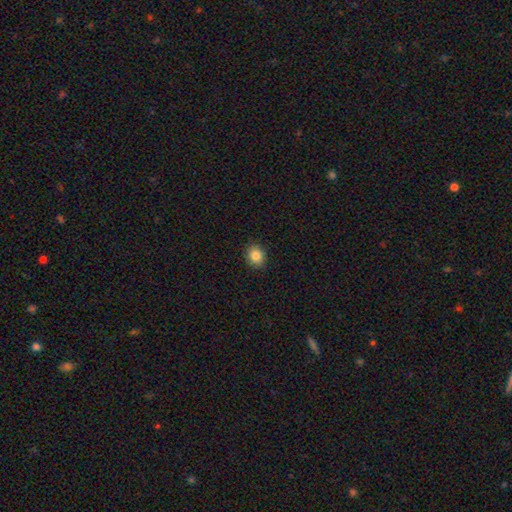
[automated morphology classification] smooth_or_featured: smooth (p=0.84) [alt: star or artifact p=0.10]
how_rounded: round (p=0.64) [alt: in between p=0.35]
merging: none (p=0.91) [alt: minor disturbance p=0.07]